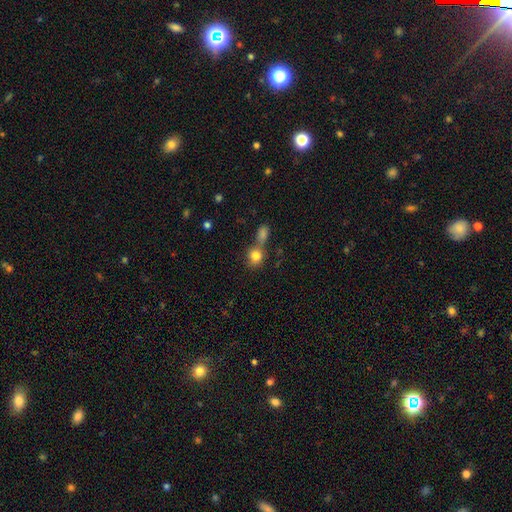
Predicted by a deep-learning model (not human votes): A smooth galaxy with no disk features (82%) that is round (77%). Merging: none (44%).